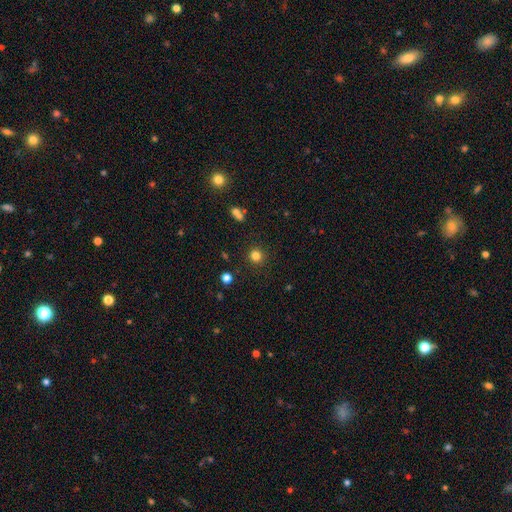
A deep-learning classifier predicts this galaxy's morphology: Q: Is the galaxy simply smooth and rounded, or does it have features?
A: smooth — 81%.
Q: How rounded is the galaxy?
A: round — 93%.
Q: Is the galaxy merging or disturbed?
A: none — 89%.